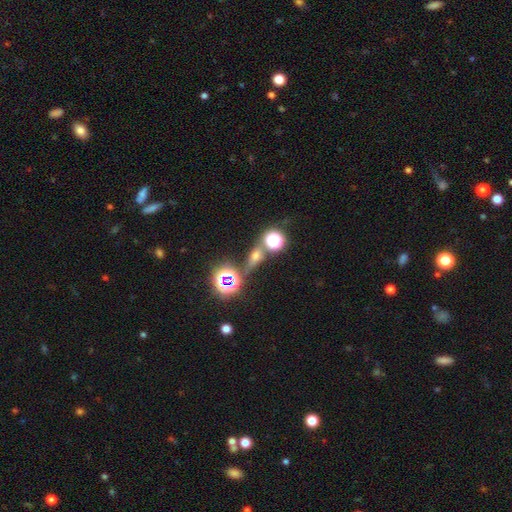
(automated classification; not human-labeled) This appears to be a smooth galaxy with no disk features (41%). Merging: none (68%).